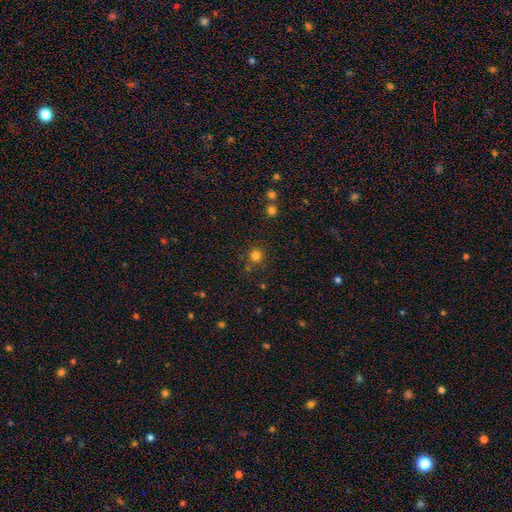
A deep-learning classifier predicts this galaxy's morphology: The model was most divided on "smooth or featured": smooth: 79%, star or artifact: 16%, featured or disk: 5%. More confident: how rounded — round (92%); merging — none (81%).